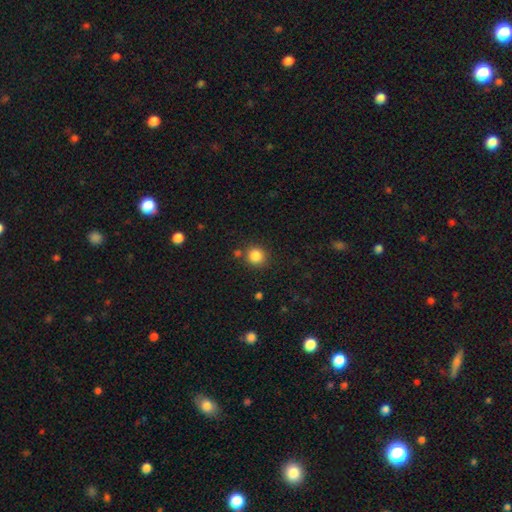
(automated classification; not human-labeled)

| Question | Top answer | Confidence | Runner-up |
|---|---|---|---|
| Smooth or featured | smooth | 85% | star or artifact (11%) |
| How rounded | round | 89% | in between (10%) |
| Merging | none | 81% | minor disturbance (10%) |